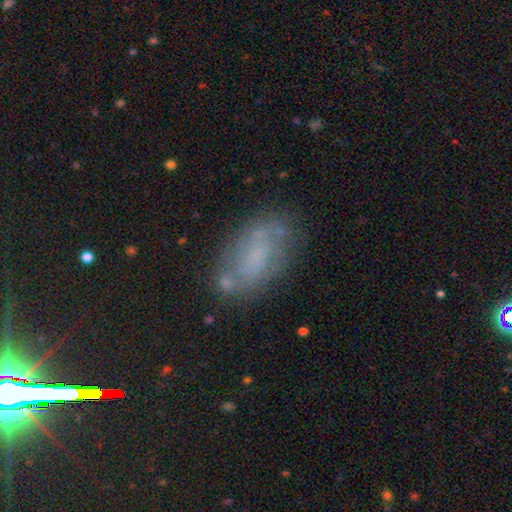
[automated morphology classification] Smooth or featured? featured or disk (43%)
Merging? none (66%)